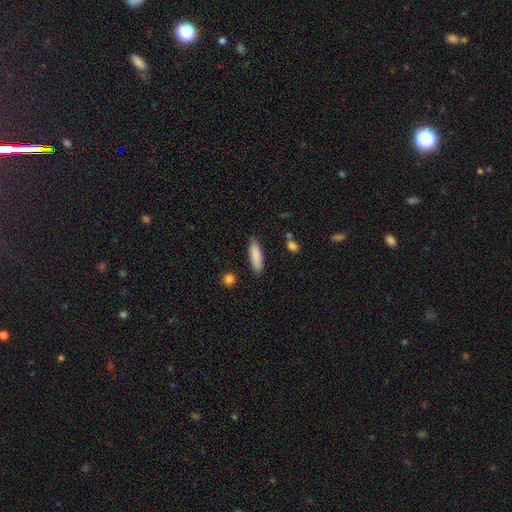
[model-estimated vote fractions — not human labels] Q: Smooth or featured?
A: smooth (88%); runner-up: featured or disk (6%)
Q: How rounded?
A: cigar-shaped (55%); runner-up: in between (43%)
Q: Merging?
A: none (85%); runner-up: minor disturbance (10%)